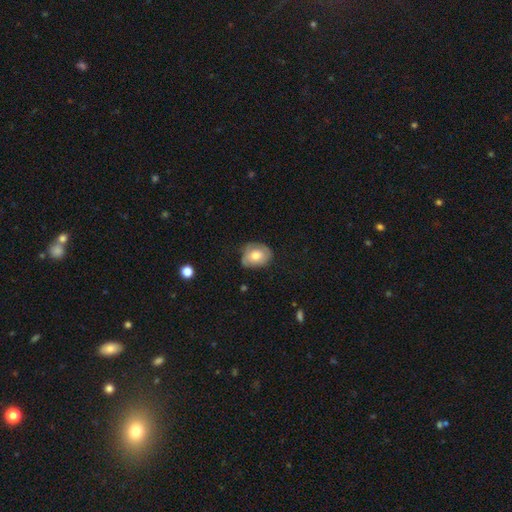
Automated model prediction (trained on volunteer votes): Smooth or featured?
  - smooth: 59% *
  - featured or disk: 34%
  - star or artifact: 7%
How rounded?
  - in between: 58% *
  - round: 41%
  - cigar-shaped: 1%
Merging?
  - none: 61% *
  - minor disturbance: 29%
  - major disturbance: 8%
  - merger: 1%